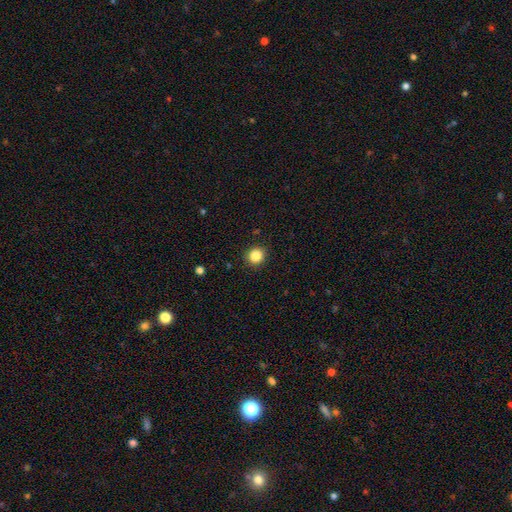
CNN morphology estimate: type=smooth (86%); roundness=round (87%); merging=none (90%).